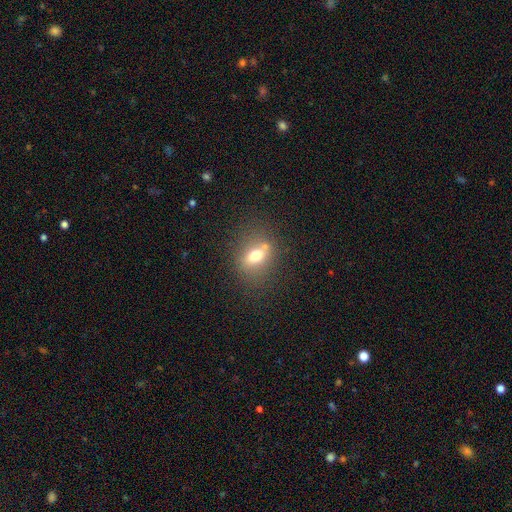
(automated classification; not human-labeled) Smooth or featured? smooth (65%)
How rounded? in between (62%)
Merging? none (68%)